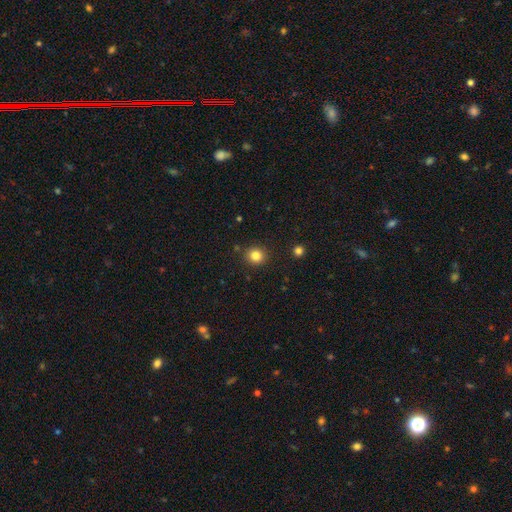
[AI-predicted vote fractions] A smooth galaxy with no disk features (83%) that is round (88%).

Vote fractions:
- Smooth or featured? smooth: 83% / star or artifact: 12% / featured or disk: 5%
- How rounded? round: 88% / in between: 11% / cigar-shaped: 1%
- Merging? none: 89% / minor disturbance: 7% / major disturbance: 2% / merger: 2%